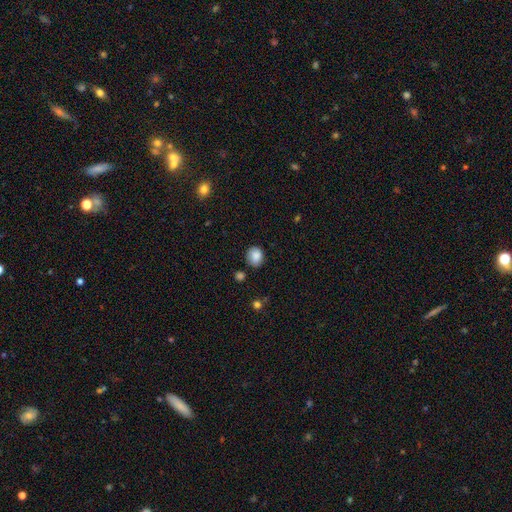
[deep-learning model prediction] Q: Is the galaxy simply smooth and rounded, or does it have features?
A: smooth — 87%.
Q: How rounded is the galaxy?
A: round — 65%.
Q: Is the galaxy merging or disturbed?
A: none — 77%.